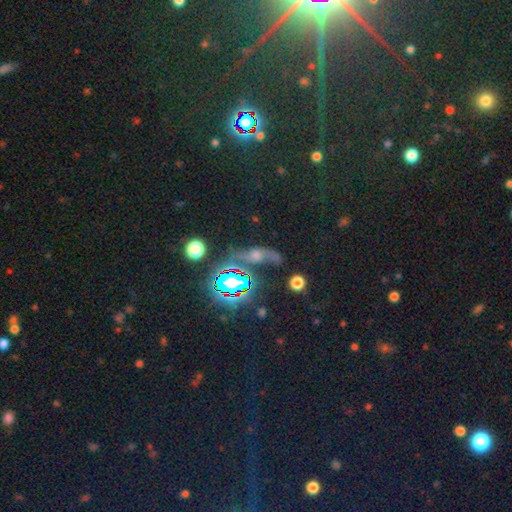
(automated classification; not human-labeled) Smooth or featured: star or artifact — 49% (featured or disk — 25%)